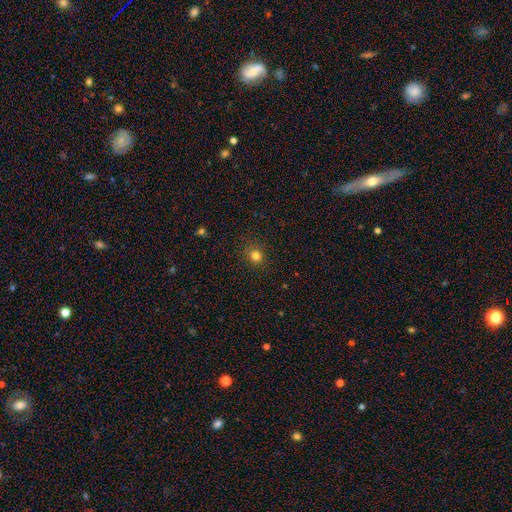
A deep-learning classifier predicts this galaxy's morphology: The model was most divided on "smooth or featured": smooth: 79%, star or artifact: 16%, featured or disk: 5%. More confident: merging — none (89%); how rounded — round (88%).